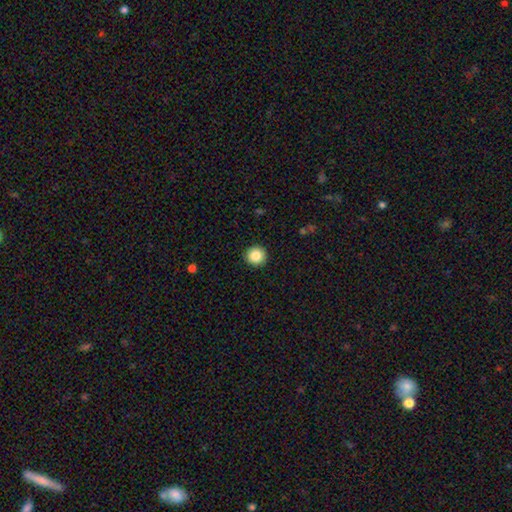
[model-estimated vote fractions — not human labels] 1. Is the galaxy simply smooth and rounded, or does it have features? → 85% smooth, 10% star or artifact, 5% featured or disk.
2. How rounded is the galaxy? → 95% round, 4% in between, 1% cigar-shaped.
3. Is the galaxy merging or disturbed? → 93% none, 5% minor disturbance, 1% major disturbance, 1% merger.